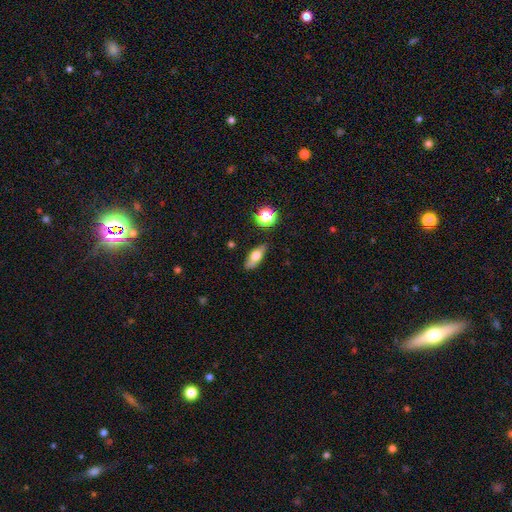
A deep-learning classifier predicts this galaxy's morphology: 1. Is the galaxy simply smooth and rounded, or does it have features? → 65% smooth, 26% featured or disk, 9% star or artifact.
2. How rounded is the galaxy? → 69% in between, 25% cigar-shaped, 6% round.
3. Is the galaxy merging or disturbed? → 82% none, 13% minor disturbance, 3% major disturbance, 3% merger.